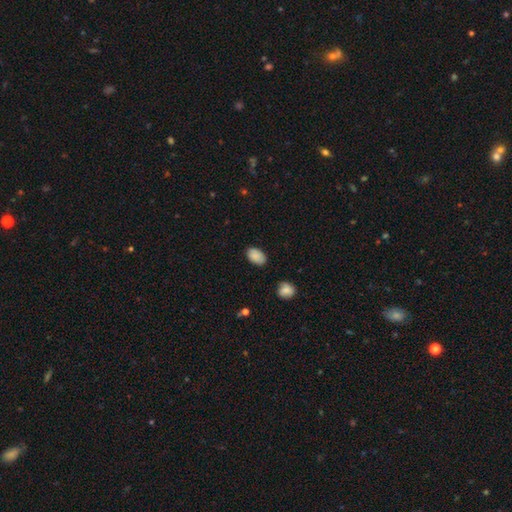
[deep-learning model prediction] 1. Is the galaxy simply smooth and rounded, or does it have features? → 87% smooth, 8% star or artifact, 5% featured or disk.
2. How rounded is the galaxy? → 91% in between, 8% round, 1% cigar-shaped.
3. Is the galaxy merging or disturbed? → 80% none, 16% minor disturbance, 3% major disturbance, 2% merger.